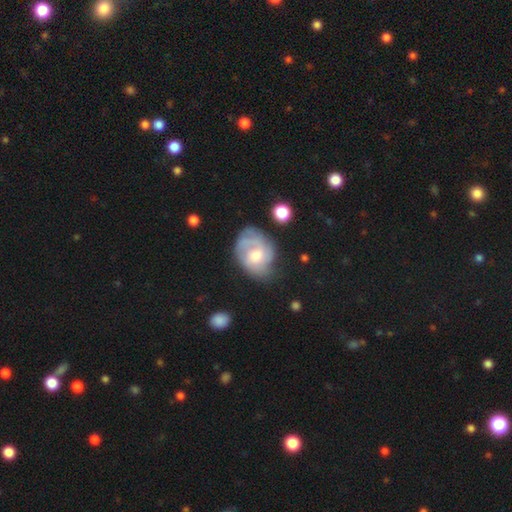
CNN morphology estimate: Overall: featured or disk (59%; smooth 33%). Edge-on disk: no (97%). Bar: no (66%; weak 30%). Spiral arms: yes (78%). Bulge size: moderate (62%; small 30%). Merging: none (51%; minor disturbance 29%).